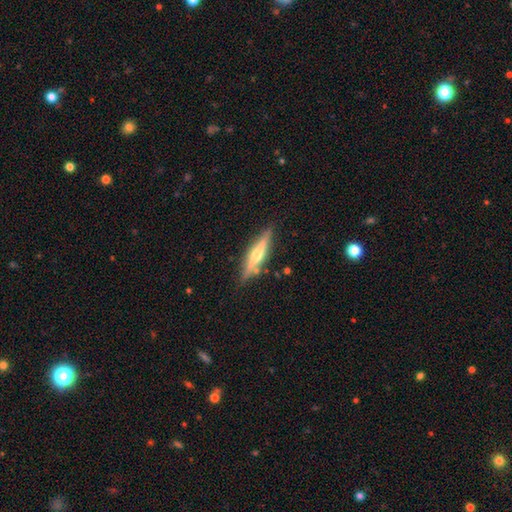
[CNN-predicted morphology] Overall: featured or disk (63%; smooth 31%). Edge-on disk: yes (96%). Edge-on bulge: rounded (82%). Merging: none (84%).